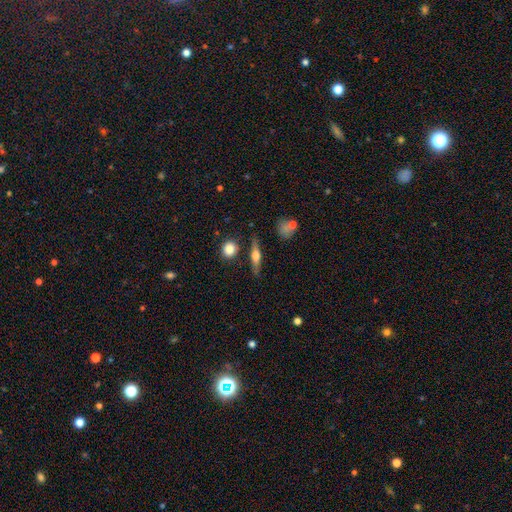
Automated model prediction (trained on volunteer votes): Q: Smooth or featured?
A: featured or disk (53%); runner-up: smooth (40%)
Q: Edge-on disk?
A: yes (92%); runner-up: no (8%)
Q: Merging?
A: none (82%); runner-up: minor disturbance (11%)